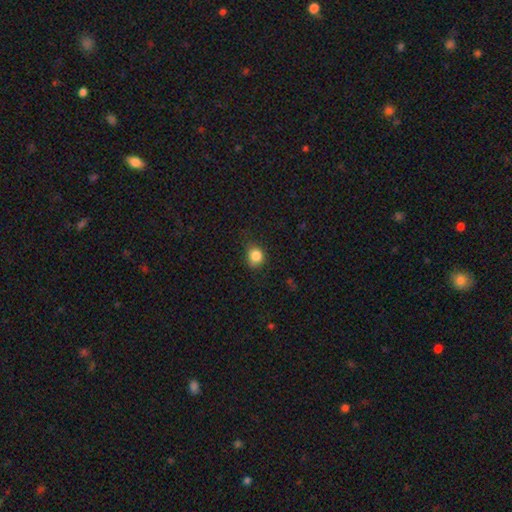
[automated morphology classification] smooth-or-featured: smooth: 84% | star or artifact: 11% | featured or disk: 5%
  how-rounded: round: 72% | in between: 27% | cigar-shaped: 1%
  merging: none: 67% | minor disturbance: 25% | major disturbance: 6% | merger: 1%